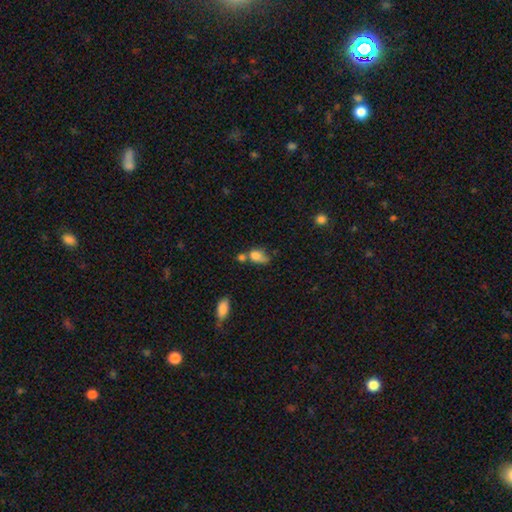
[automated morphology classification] Smooth or featured? Predicted: smooth (p=0.78). How rounded? Predicted: in between (p=0.78). Merging? Predicted: merger (p=0.35).